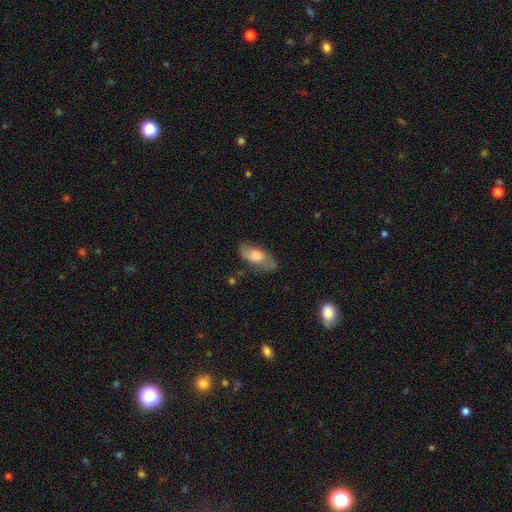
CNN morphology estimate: smooth 50%, featured or disk 43%, star or artifact 7%. Down the decision tree: how rounded — in between (78%); merging — none (71%).